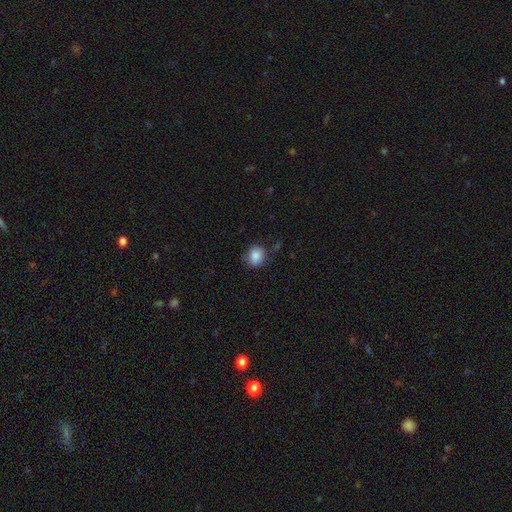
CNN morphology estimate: Smooth or featured? smooth (86%)
How rounded? round (67%)
Merging? none (74%)